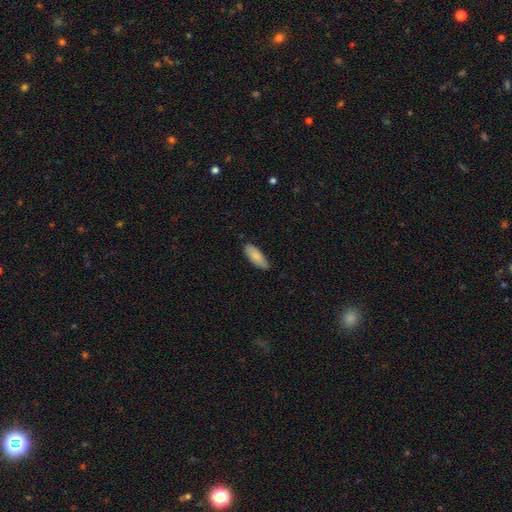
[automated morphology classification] Q: Smooth or featured?
A: smooth (86%); runner-up: featured or disk (8%)
Q: How rounded?
A: in between (74%); runner-up: cigar-shaped (24%)
Q: Merging?
A: none (82%); runner-up: minor disturbance (15%)